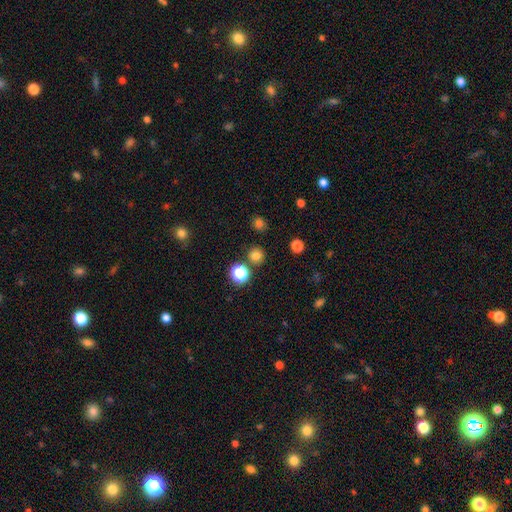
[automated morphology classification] Overall: smooth (75%). How rounded: round (93%). Merging: none (86%).